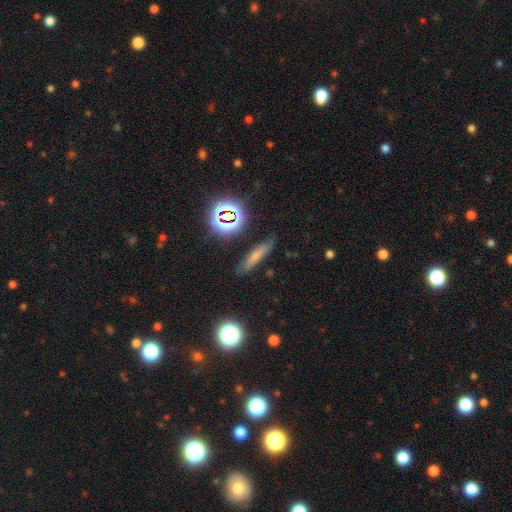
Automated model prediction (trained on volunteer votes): smooth_or_featured: smooth (p=0.63) [alt: featured or disk p=0.20]
how_rounded: cigar-shaped (p=0.82) [alt: in between p=0.13]
merging: none (p=0.80) [alt: minor disturbance p=0.14]